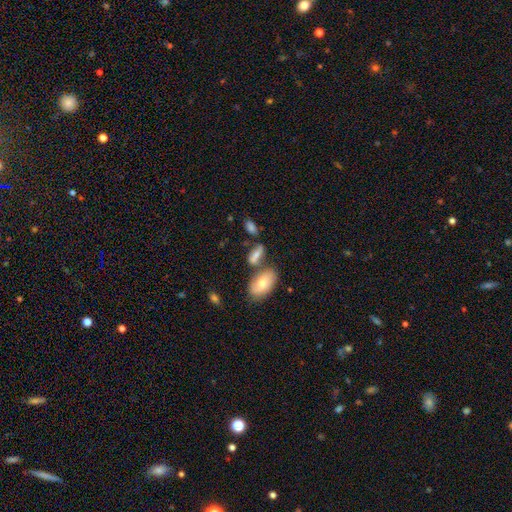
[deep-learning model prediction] smooth-or-featured: smooth: 67% | featured or disk: 23% | star or artifact: 10%
  how-rounded: in between: 77% | cigar-shaped: 16% | round: 7%
  merging: none: 50% | merger: 29% | minor disturbance: 15% | major disturbance: 6%